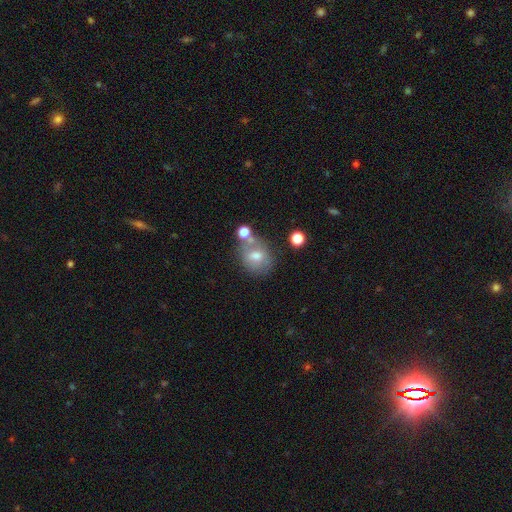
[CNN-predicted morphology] Smooth or featured? smooth (62%)
How rounded? round (63%)
Merging? none (54%)